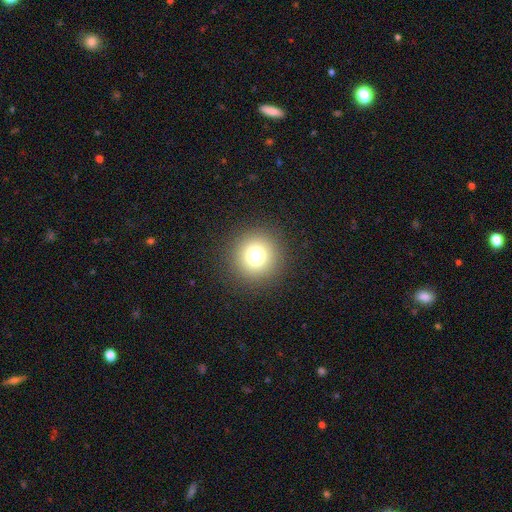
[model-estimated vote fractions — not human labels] smooth-or-featured: smooth: 75% | star or artifact: 16% | featured or disk: 9%
  how-rounded: round: 96% | in between: 3% | cigar-shaped: 1%
  merging: none: 91% | minor disturbance: 5% | major disturbance: 3% | merger: 1%